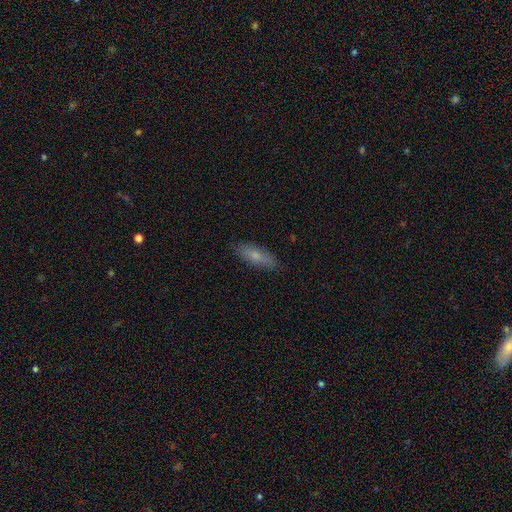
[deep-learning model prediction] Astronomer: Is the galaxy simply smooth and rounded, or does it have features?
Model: smooth — 72%.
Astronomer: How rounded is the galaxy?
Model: in between — 55% (runner-up: cigar-shaped, 43%).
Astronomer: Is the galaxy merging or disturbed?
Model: none — 85%.